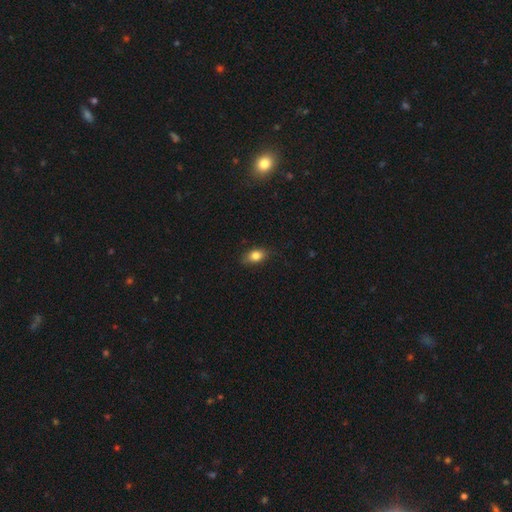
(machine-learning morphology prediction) This appears to be a smooth galaxy with no disk features (82%) that is in between round and cigar-shaped (81%). Merging: none (81%).